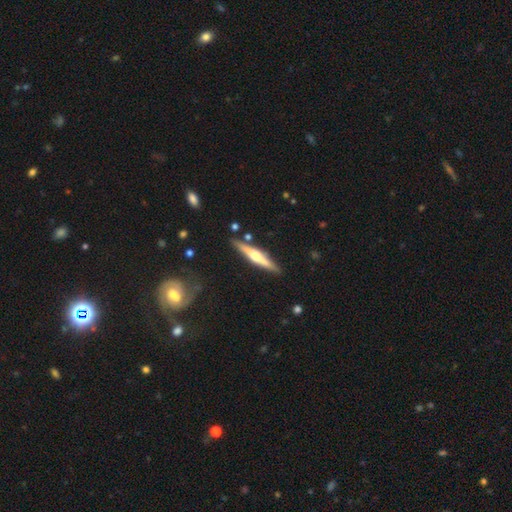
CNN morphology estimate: Q: Smooth or featured?
A: featured or disk (66%); runner-up: smooth (28%)
Q: Edge-on disk?
A: yes (97%); runner-up: no (3%)
Q: Edge-on bulge?
A: rounded (89%); runner-up: boxy (5%)
Q: Merging?
A: none (86%); runner-up: minor disturbance (9%)